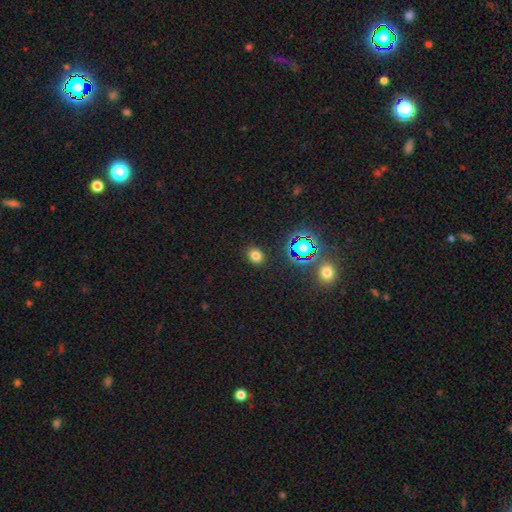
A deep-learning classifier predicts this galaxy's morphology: The model was most divided on "how rounded": in between: 51%, round: 48%, cigar-shaped: 1%. More confident: merging — none (89%); smooth or featured — smooth (75%).